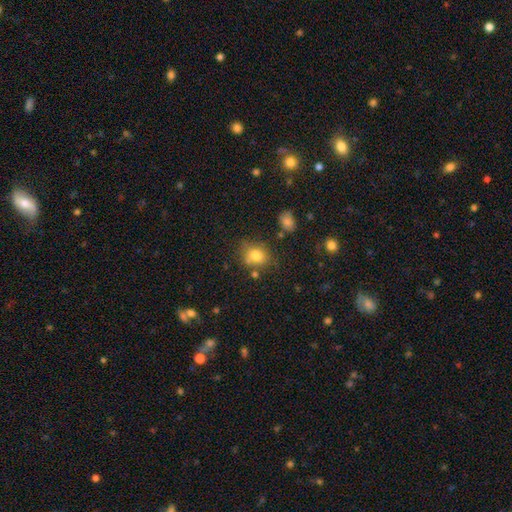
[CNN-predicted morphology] Smooth or featured?
  - smooth: 79% *
  - star or artifact: 11%
  - featured or disk: 10%
How rounded?
  - round: 55% *
  - in between: 44%
  - cigar-shaped: 1%
Merging?
  - none: 68% *
  - minor disturbance: 18%
  - merger: 9%
  - major disturbance: 5%